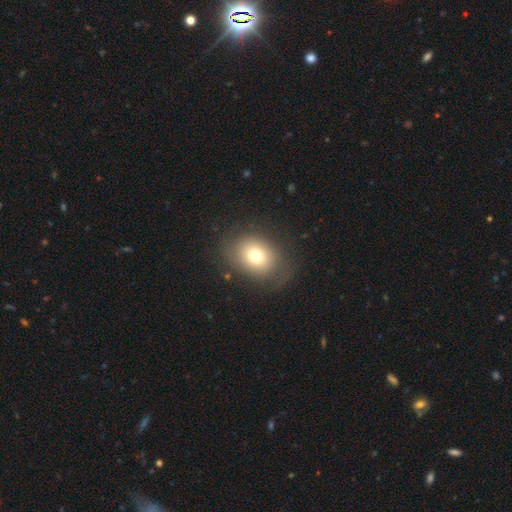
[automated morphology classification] Smooth or featured? smooth (72%)
How rounded? in between (50%)
Merging? none (75%)